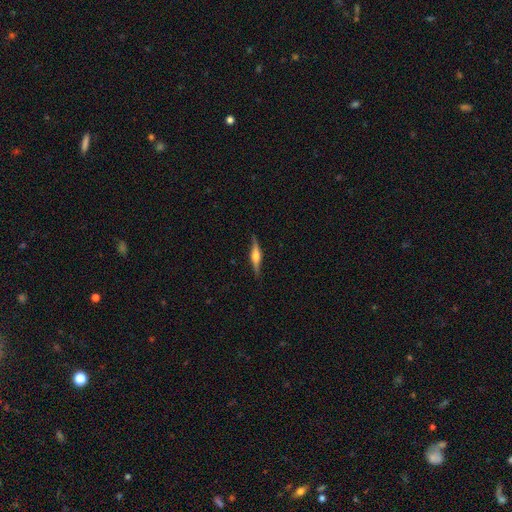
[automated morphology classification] Smooth or featured? featured or disk (75%)
Edge-on disk? yes (96%)
Edge-on bulge? rounded (88%)
Merging? none (85%)